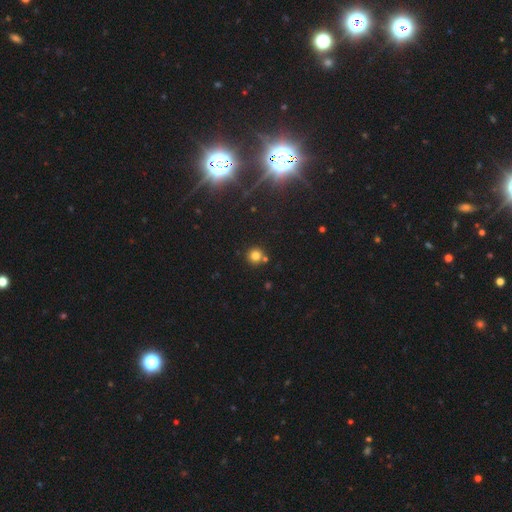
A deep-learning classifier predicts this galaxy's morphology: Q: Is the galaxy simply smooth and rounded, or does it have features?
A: smooth — 78%.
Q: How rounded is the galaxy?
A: round — 94%.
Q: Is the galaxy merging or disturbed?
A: none — 77%.